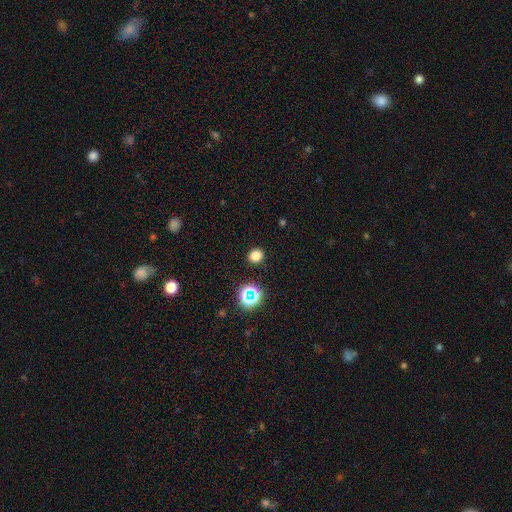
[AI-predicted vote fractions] Smooth or featured? smooth (77%)
How rounded? round (86%)
Merging? none (91%)